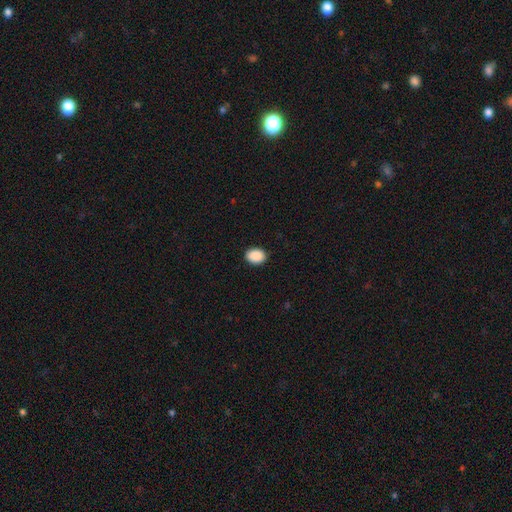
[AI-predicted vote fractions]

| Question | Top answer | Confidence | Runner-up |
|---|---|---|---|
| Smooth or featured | smooth | 90% | star or artifact (7%) |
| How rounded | in between | 68% | round (31%) |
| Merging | none | 90% | minor disturbance (7%) |